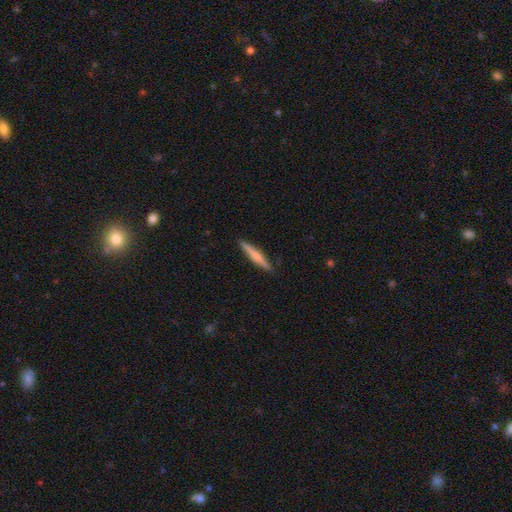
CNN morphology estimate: Smooth or featured: smooth — 51% (featured or disk — 43%)
How rounded: cigar-shaped — 93% (in between — 5%)
Merging: none — 90% (minor disturbance — 7%)